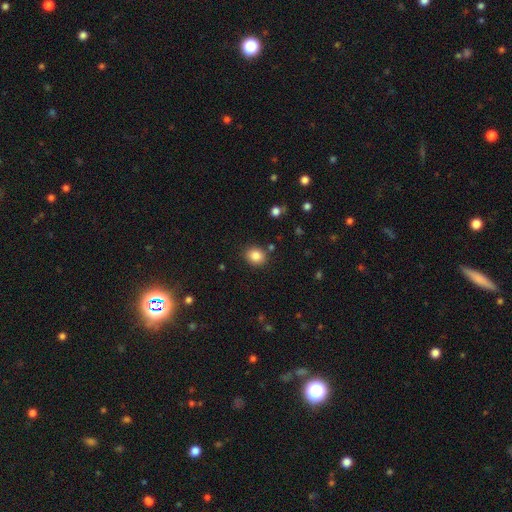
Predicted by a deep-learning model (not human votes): Smooth or featured?
  - smooth: 85% *
  - star or artifact: 10%
  - featured or disk: 5%
How rounded?
  - round: 67% *
  - in between: 33%
  - cigar-shaped: 1%
Merging?
  - none: 85% *
  - minor disturbance: 9%
  - merger: 3%
  - major disturbance: 3%